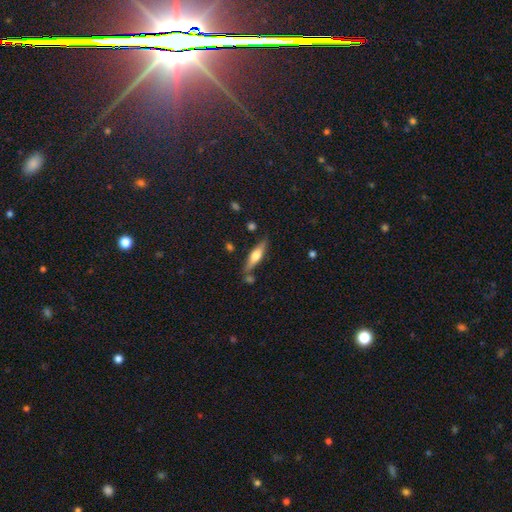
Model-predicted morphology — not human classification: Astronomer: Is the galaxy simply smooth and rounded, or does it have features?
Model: featured or disk — 51% (runner-up: smooth, 43%).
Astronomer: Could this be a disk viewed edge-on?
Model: yes — 92%.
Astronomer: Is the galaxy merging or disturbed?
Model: none — 76%.